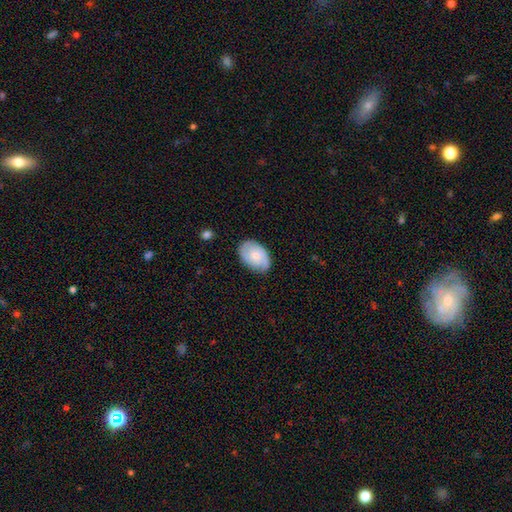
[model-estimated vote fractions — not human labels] Smooth or featured? smooth (56%)
How rounded? in between (85%)
Merging? none (75%)